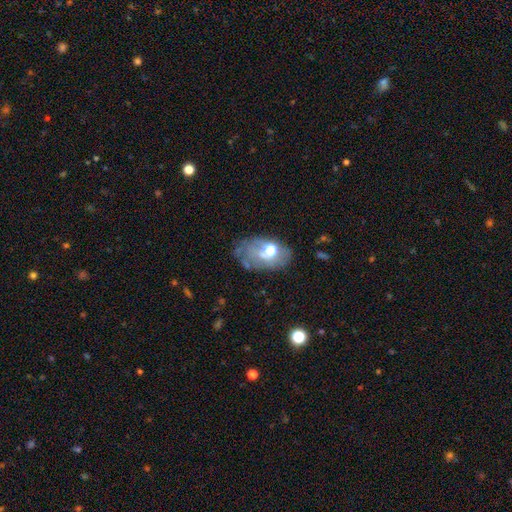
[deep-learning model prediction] This is possibly a featured or disk galaxy (47%). Merging: possibly none (59%).